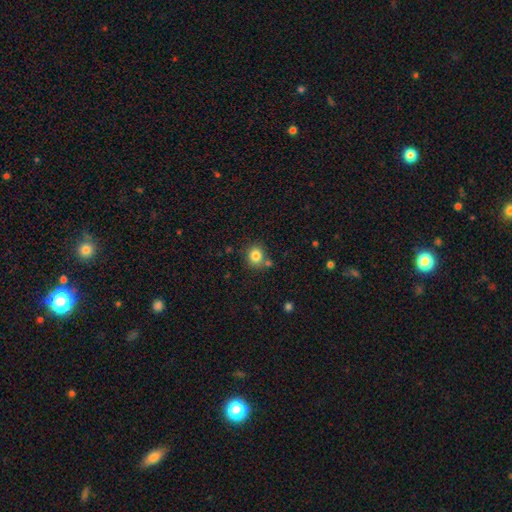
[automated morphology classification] The model was most divided on "merging": none: 72%, merger: 13%, minor disturbance: 12%, major disturbance: 3%. More confident: smooth or featured — smooth (82%); how rounded — round (82%).